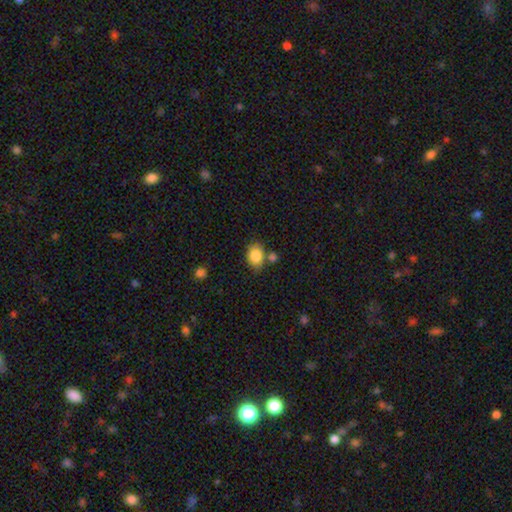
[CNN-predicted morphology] Smooth or featured? smooth (85%)
How rounded? in between (67%)
Merging? none (63%)